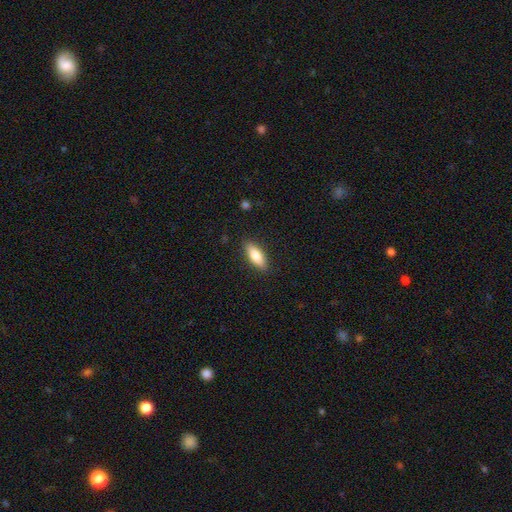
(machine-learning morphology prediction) The model was most divided on "how rounded": in between: 70%, cigar-shaped: 28%, round: 2%. More confident: merging — none (88%); smooth or featured — smooth (80%).